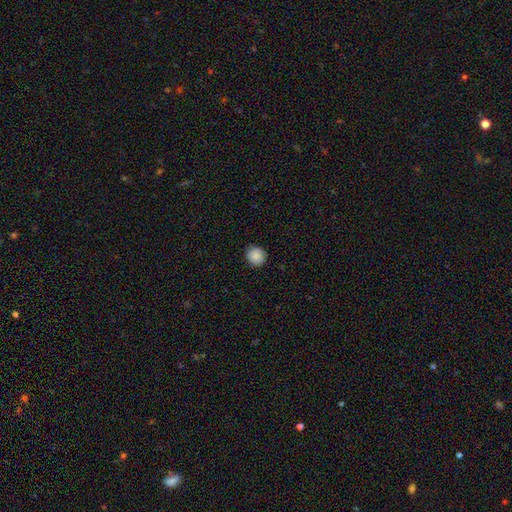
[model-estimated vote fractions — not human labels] This appears to be a smooth galaxy with no disk features (87%) that is round (88%). Merging: none (88%).